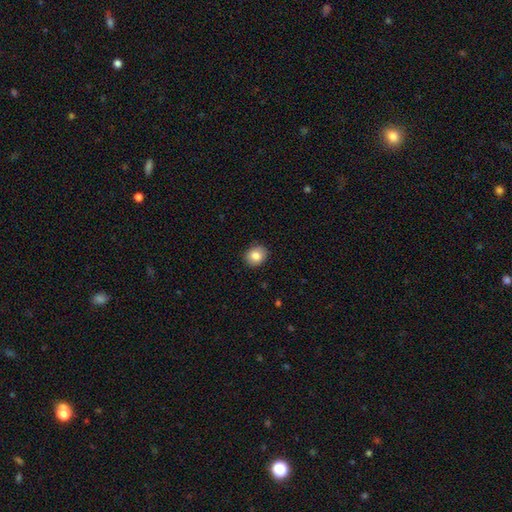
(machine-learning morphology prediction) Q: Smooth or featured?
A: smooth (84%); runner-up: star or artifact (8%)
Q: How rounded?
A: round (70%); runner-up: in between (30%)
Q: Merging?
A: none (89%); runner-up: minor disturbance (8%)